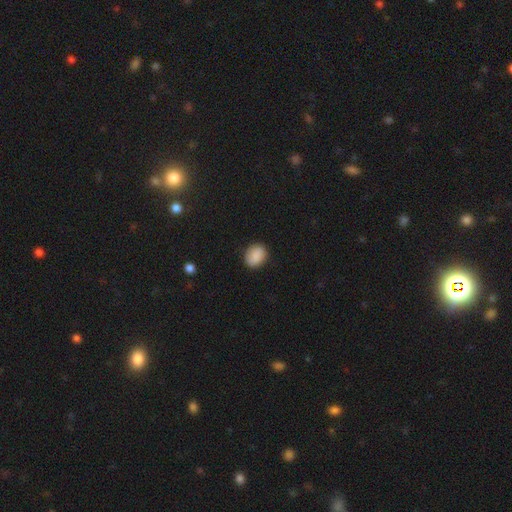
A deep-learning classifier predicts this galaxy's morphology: This is clearly a smooth galaxy (89%). How rounded: possibly in between (52%). Merging: clearly none (87%).